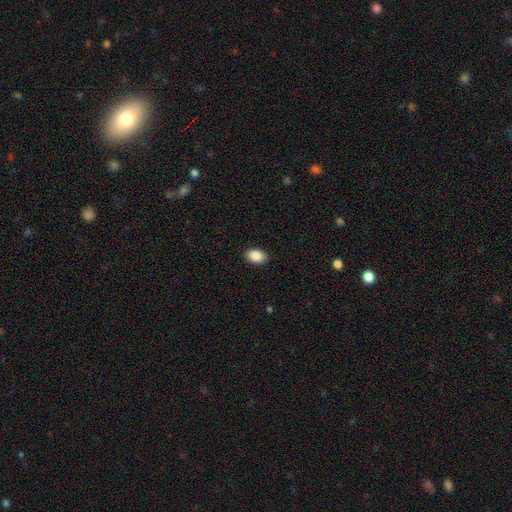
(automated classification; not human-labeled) smooth_or_featured: smooth (p=0.89) [alt: star or artifact p=0.07]
how_rounded: in between (p=0.89) [alt: round p=0.09]
merging: none (p=0.89) [alt: minor disturbance p=0.08]